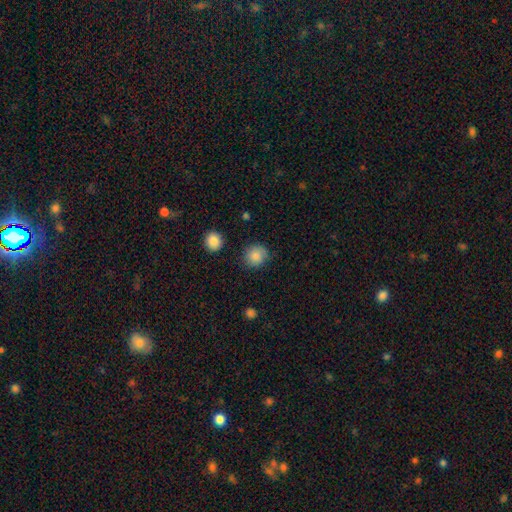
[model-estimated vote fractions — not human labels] A smooth galaxy with no disk features (85%) that is round (86%). Merging: none (82%).